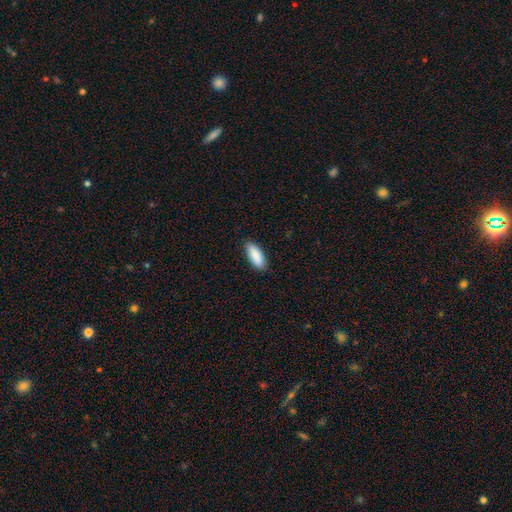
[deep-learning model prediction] smooth_or_featured: smooth (p=0.90) [alt: star or artifact p=0.06]
how_rounded: in between (p=0.80) [alt: cigar-shaped p=0.18]
merging: none (p=0.88) [alt: minor disturbance p=0.10]